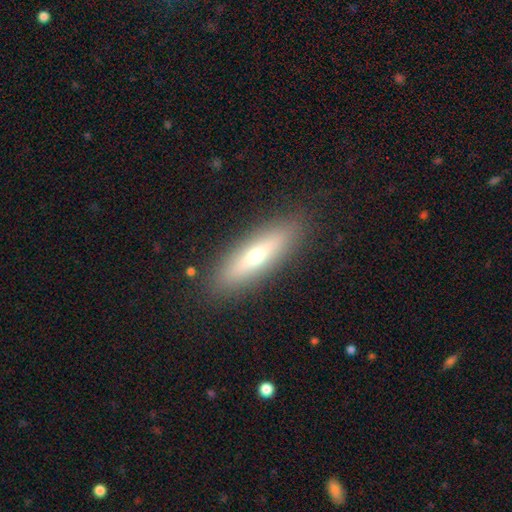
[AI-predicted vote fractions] Smooth or featured?
  - smooth: 51% *
  - featured or disk: 41%
  - star or artifact: 8%
How rounded?
  - cigar-shaped: 66% *
  - in between: 32%
  - round: 2%
Merging?
  - none: 89% *
  - minor disturbance: 8%
  - major disturbance: 2%
  - merger: 1%